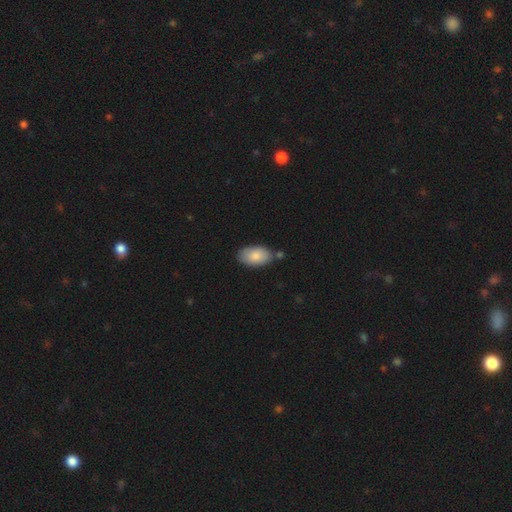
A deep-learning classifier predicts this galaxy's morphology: Overall: smooth (84%). How rounded: in between (95%). Merging: none (74%).